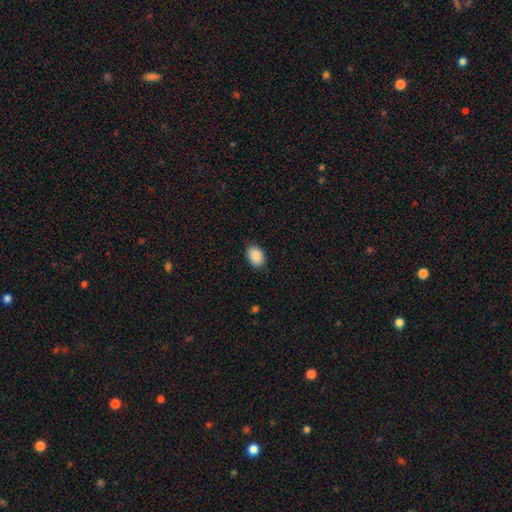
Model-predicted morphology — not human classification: Smooth or featured: smooth — 90% (star or artifact — 7%)
How rounded: in between — 84% (round — 15%)
Merging: none — 85% (minor disturbance — 12%)